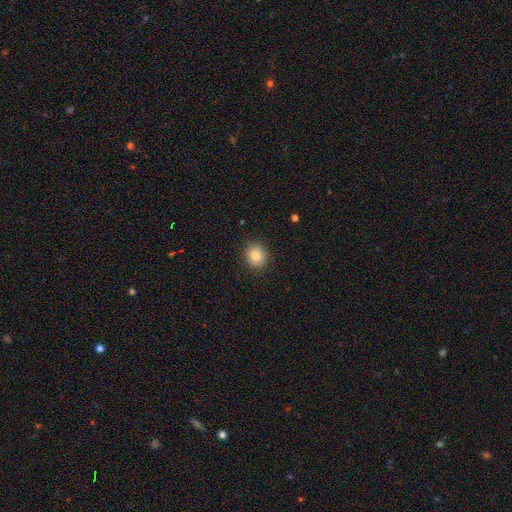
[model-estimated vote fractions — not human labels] A smooth galaxy with no disk features (83%) that is round (83%). Merging: none (90%).